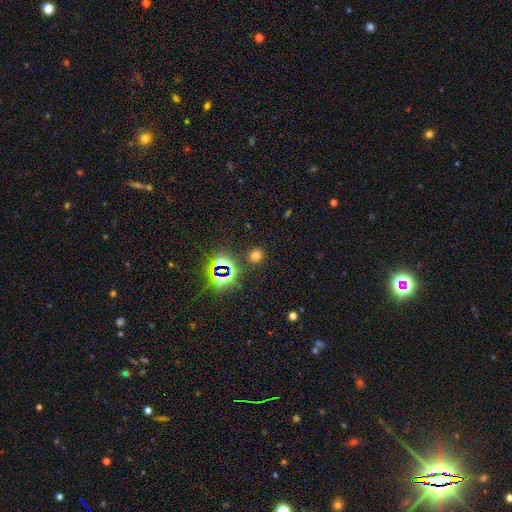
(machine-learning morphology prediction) smooth 63%, star or artifact 31%, featured or disk 6%. Down the decision tree: how rounded — round (87%); merging — none (87%).